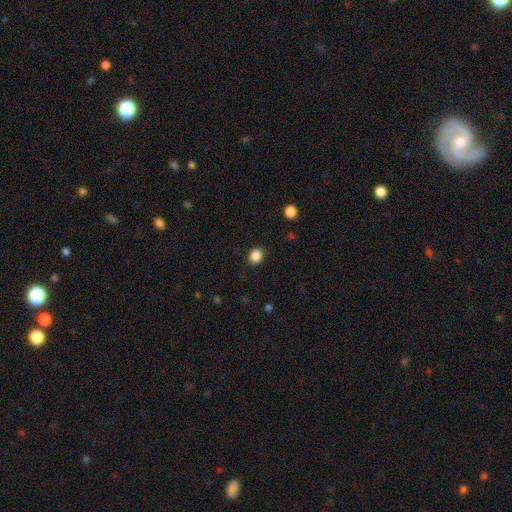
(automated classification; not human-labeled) Overall: smooth (87%). How rounded: round (66%; in between 34%). Merging: none (89%).